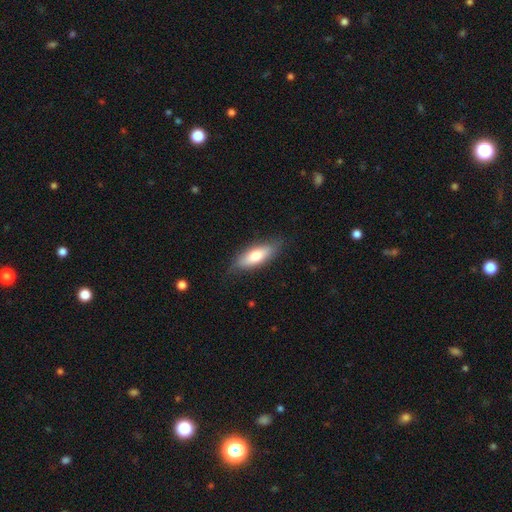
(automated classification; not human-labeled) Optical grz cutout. It shows a smooth galaxy with no disk features (69%) that is in between round and cigar-shaped (64%). Merging: none (79%).